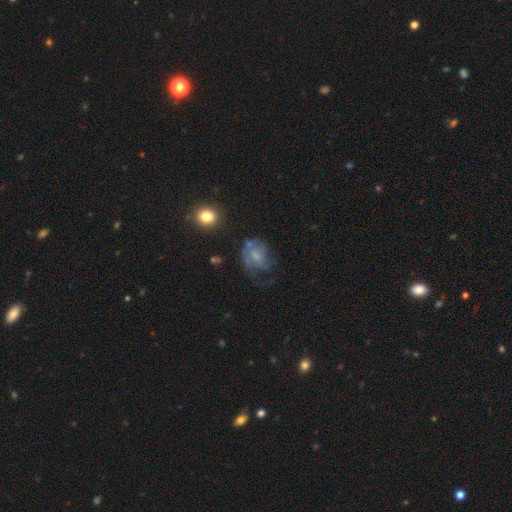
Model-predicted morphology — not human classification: Smooth or featured? smooth (47%)
Merging? major disturbance (36%)